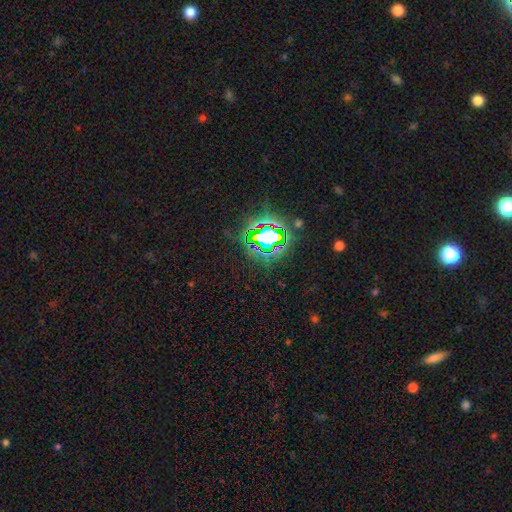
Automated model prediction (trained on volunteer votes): smooth-or-featured: star or artifact: 82% | smooth: 11% | featured or disk: 7%